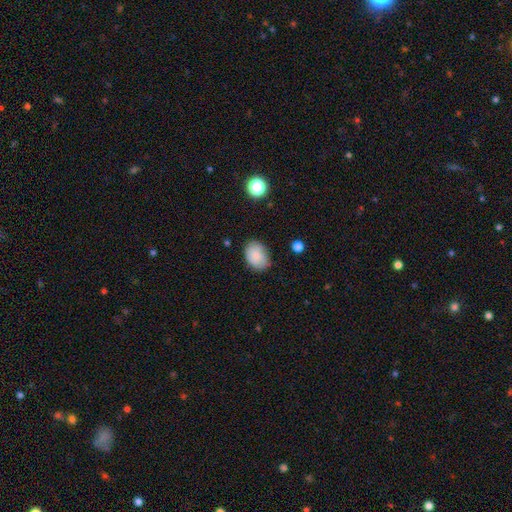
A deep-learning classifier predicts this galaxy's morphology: This is clearly a smooth galaxy (83%). How rounded: likely in between (79%). Merging: likely none (78%).